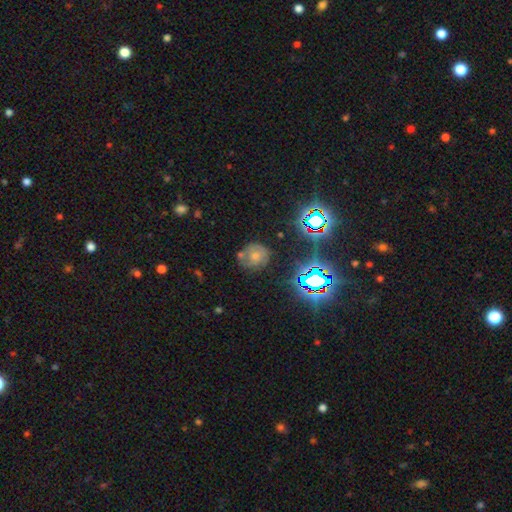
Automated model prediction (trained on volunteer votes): Q: Smooth or featured?
A: smooth (49%); runner-up: featured or disk (28%)
Q: Merging?
A: none (63%); runner-up: minor disturbance (20%)